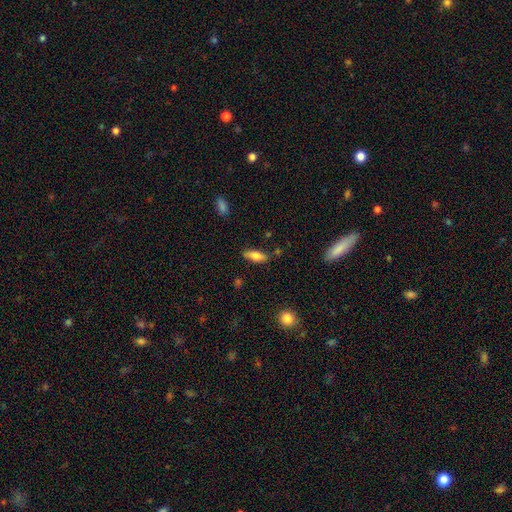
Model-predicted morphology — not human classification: smooth-or-featured: smooth: 75% | featured or disk: 17% | star or artifact: 7%
  how-rounded: in between: 67% | cigar-shaped: 30% | round: 2%
  merging: none: 78% | minor disturbance: 15% | merger: 4% | major disturbance: 3%